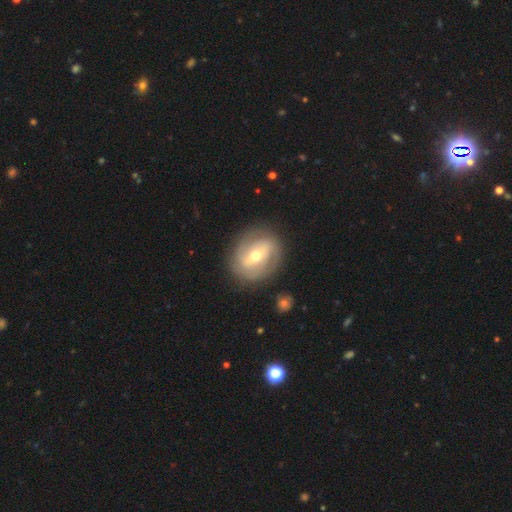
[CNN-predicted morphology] Overall: featured or disk (67%; smooth 27%). Edge-on disk: no (94%). Bar: weak (39%; strong 38%). Spiral arms: yes (62%; no 38%). Bulge size: moderate (68%). Merging: none (81%).